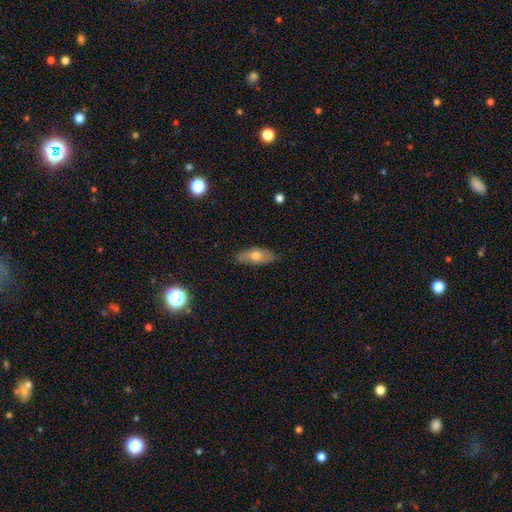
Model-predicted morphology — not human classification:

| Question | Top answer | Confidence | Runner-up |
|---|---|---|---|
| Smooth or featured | smooth | 62% | featured or disk (31%) |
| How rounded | in between | 69% | cigar-shaped (27%) |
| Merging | none | 82% | minor disturbance (14%) |